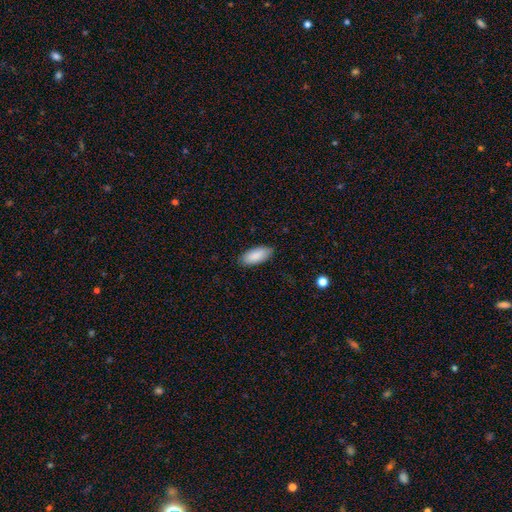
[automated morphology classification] type=smooth (90%); roundness=in between (89%); merging=none (86%).